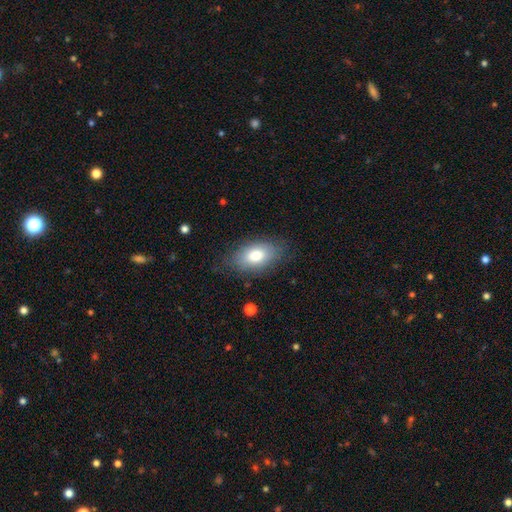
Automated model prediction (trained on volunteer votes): Overall: smooth (77%). How rounded: in between (91%). Merging: none (78%).